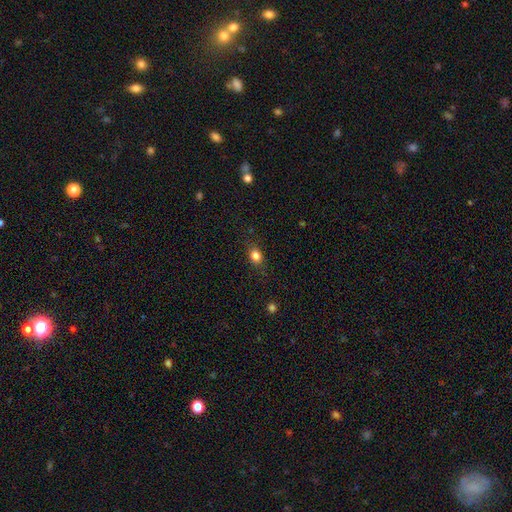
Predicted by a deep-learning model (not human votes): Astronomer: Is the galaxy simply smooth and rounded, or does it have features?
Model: smooth — 83%.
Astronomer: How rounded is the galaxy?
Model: in between — 59% (runner-up: round, 39%).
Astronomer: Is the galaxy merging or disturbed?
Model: none — 83%.